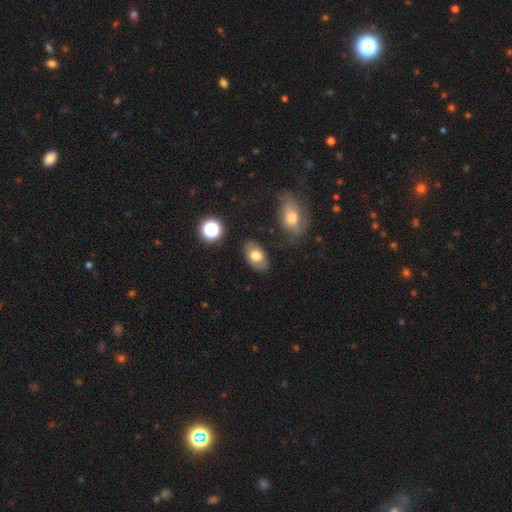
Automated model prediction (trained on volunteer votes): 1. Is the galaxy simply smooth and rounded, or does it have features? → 69% smooth, 22% featured or disk, 8% star or artifact.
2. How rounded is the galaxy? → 90% in between, 8% round, 2% cigar-shaped.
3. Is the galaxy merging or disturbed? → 81% none, 12% minor disturbance, 3% merger, 3% major disturbance.